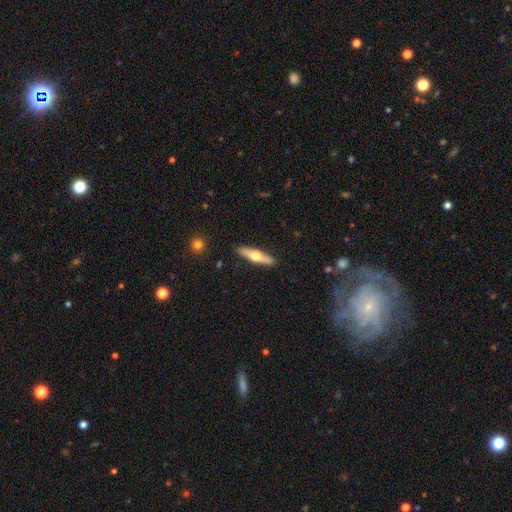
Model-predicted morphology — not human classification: Smooth or featured? Predicted: featured or disk (p=0.56). Edge-on disk? Predicted: yes (p=0.93). Edge-on bulge? Predicted: rounded (p=0.94). Merging? Predicted: none (p=0.90).